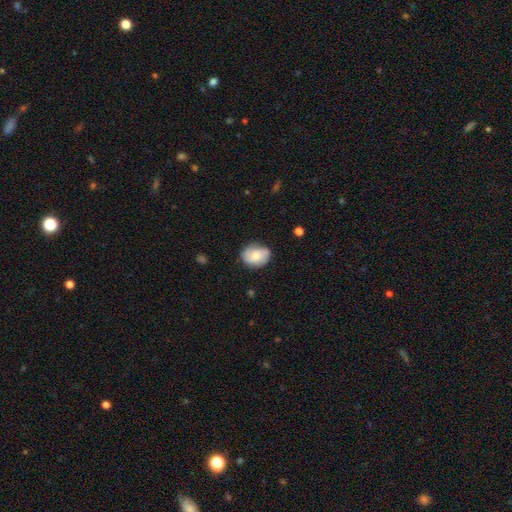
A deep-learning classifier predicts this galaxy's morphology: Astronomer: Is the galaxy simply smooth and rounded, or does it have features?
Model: smooth — 64%.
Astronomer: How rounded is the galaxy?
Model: in between — 53% (runner-up: round, 46%).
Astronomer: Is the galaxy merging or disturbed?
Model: none — 73%.